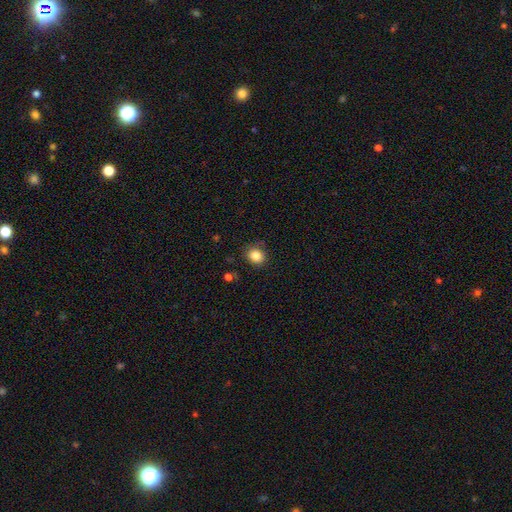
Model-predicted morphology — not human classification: type=smooth (85%); roundness=round (72%); merging=none (80%).